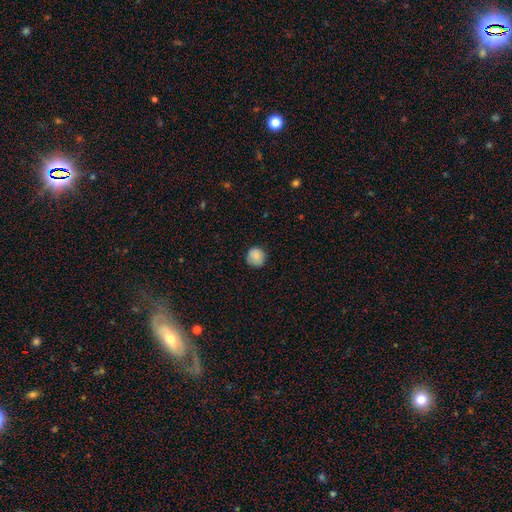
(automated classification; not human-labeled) This appears to be a smooth galaxy with no disk features (84%) that is round (92%). Merging: none (81%).